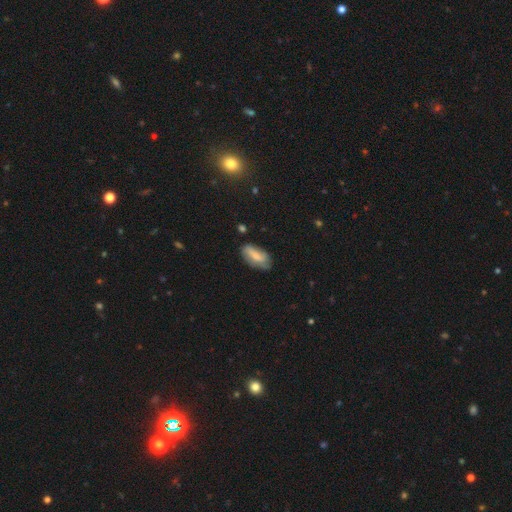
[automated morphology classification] smooth-or-featured: smooth: 59% | featured or disk: 34% | star or artifact: 7%
  how-rounded: in between: 87% | cigar-shaped: 10% | round: 3%
  merging: none: 66% | minor disturbance: 26% | major disturbance: 6% | merger: 2%